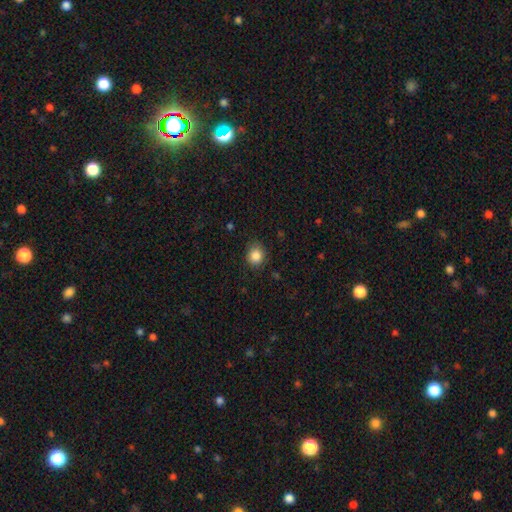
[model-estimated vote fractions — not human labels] This is clearly a smooth galaxy (86%). How rounded: likely round (79%). Merging: likely none (79%).